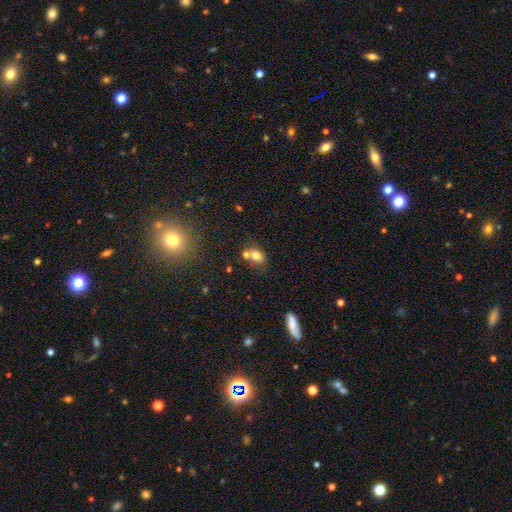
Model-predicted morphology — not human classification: This appears to be a smooth galaxy with no disk features (74%) that is in between round and cigar-shaped (59%). Merging: merger (46%).